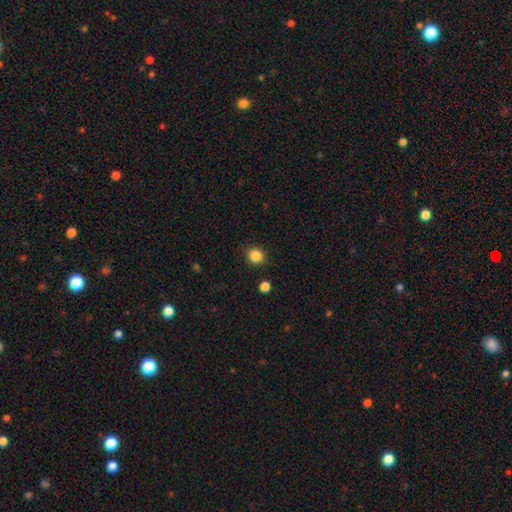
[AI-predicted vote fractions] Q: Smooth or featured?
A: smooth (86%); runner-up: star or artifact (11%)
Q: How rounded?
A: round (88%); runner-up: in between (12%)
Q: Merging?
A: none (90%); runner-up: minor disturbance (6%)